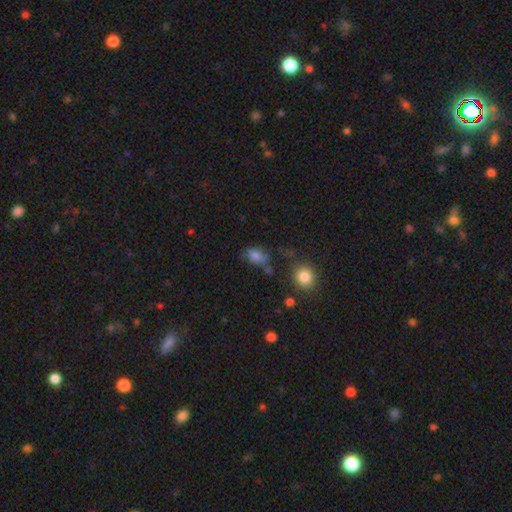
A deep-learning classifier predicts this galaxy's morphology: Smooth or featured? Predicted: smooth (p=0.73). How rounded? Predicted: in between (p=0.74). Merging? Predicted: none (p=0.49).